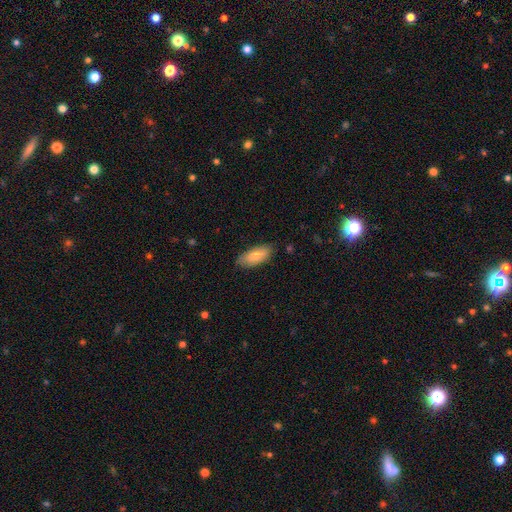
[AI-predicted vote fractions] The model was most divided on "merging": none: 79%, minor disturbance: 16%, major disturbance: 3%, merger: 1%. More confident: smooth or featured — smooth (83%); how rounded — in between (83%).